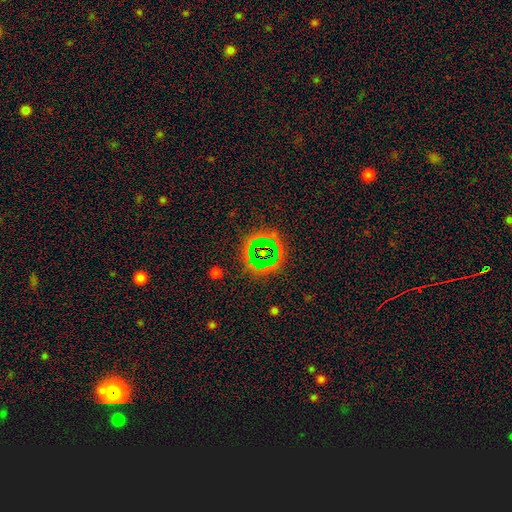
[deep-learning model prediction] smooth-or-featured: star or artifact: 69% | smooth: 19% | featured or disk: 12%